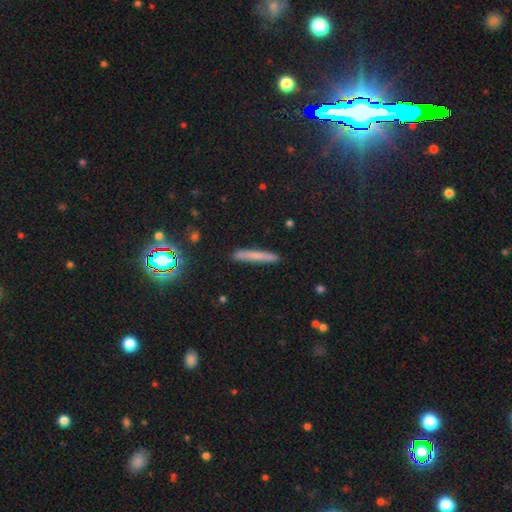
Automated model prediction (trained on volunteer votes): smooth_or_featured: smooth (p=0.64) [alt: featured or disk p=0.22]
how_rounded: cigar-shaped (p=0.93) [alt: in between p=0.04]
merging: none (p=0.87) [alt: minor disturbance p=0.10]